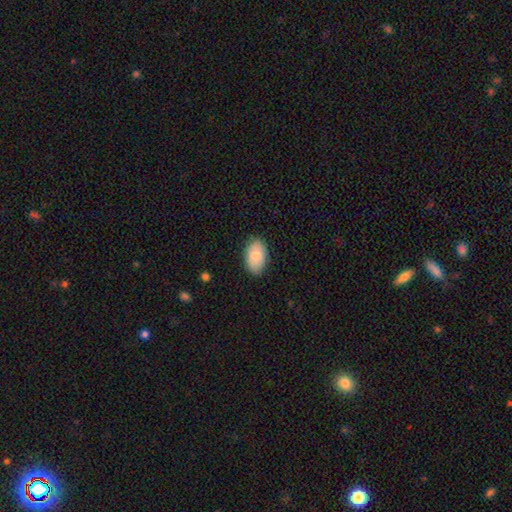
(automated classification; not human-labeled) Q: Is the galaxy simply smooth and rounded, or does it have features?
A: smooth — 85%.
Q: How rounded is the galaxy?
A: in between — 93%.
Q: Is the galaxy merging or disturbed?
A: none — 84%.